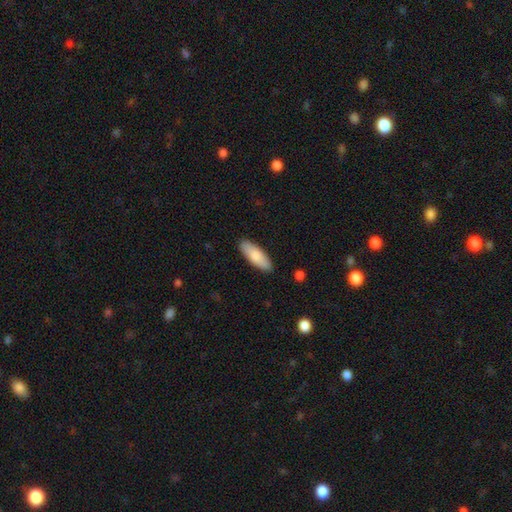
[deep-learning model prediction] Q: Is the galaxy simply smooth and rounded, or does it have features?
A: smooth — 81%.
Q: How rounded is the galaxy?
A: in between — 66%.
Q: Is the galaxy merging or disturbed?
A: none — 88%.